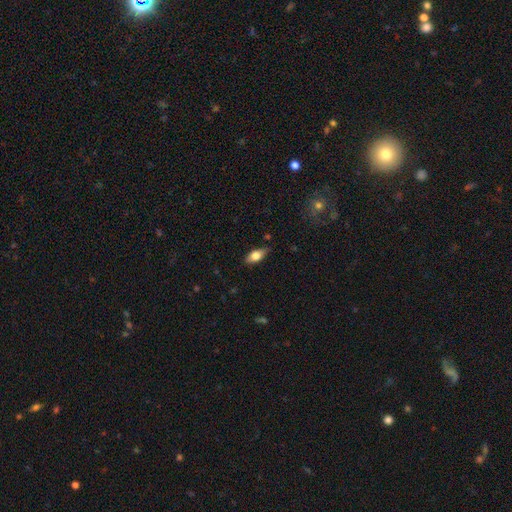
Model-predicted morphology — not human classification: Smooth or featured? Predicted: smooth (p=0.72). How rounded? Predicted: in between (p=0.84). Merging? Predicted: none (p=0.78).